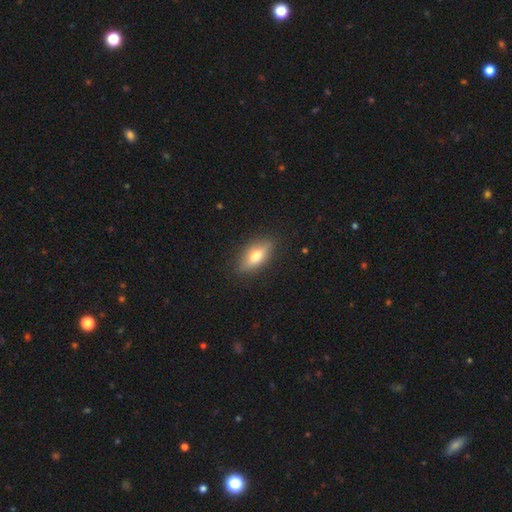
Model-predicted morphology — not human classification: A smooth galaxy with no disk features (60%) that is in between round and cigar-shaped (74%).

Vote fractions:
- Smooth or featured? smooth: 60% / featured or disk: 33% / star or artifact: 7%
- How rounded? in between: 74% / cigar-shaped: 21% / round: 5%
- Merging? none: 85% / minor disturbance: 11% / major disturbance: 3% / merger: 1%